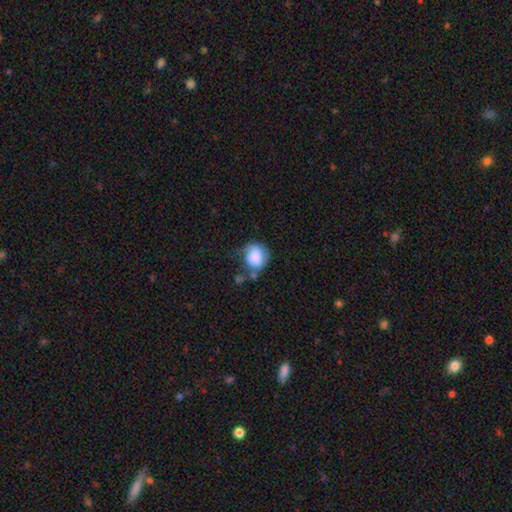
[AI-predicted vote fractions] The model was most divided on "merging": none: 38%, minor disturbance: 33%, major disturbance: 19%, merger: 10%. More confident: how rounded — round (75%); smooth or featured — smooth (74%).